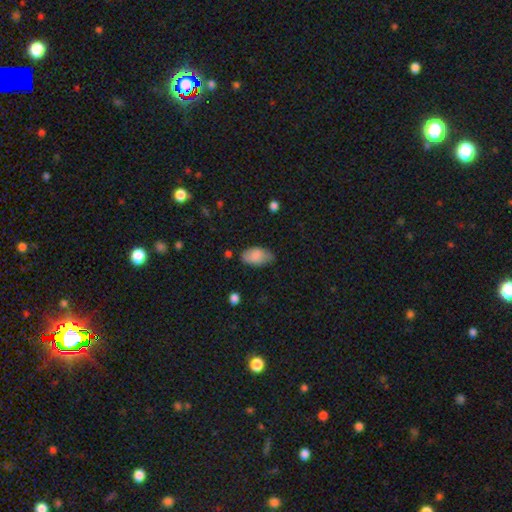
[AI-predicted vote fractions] Smooth or featured? smooth (84%)
How rounded? in between (94%)
Merging? none (69%)